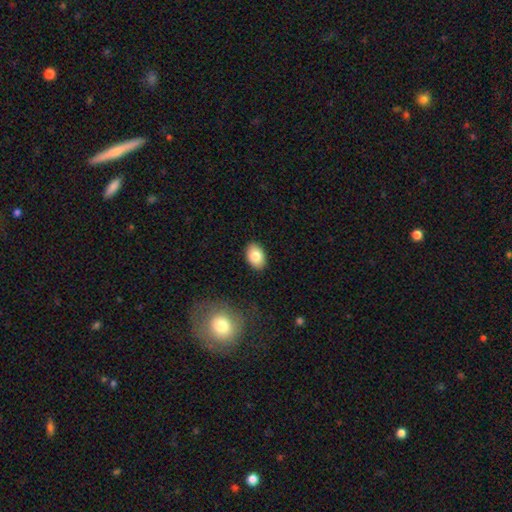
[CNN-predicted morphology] Smooth or featured?
  - smooth: 82% *
  - featured or disk: 10%
  - star or artifact: 8%
How rounded?
  - in between: 86% *
  - round: 13%
  - cigar-shaped: 1%
Merging?
  - none: 89% *
  - minor disturbance: 8%
  - major disturbance: 2%
  - merger: 1%